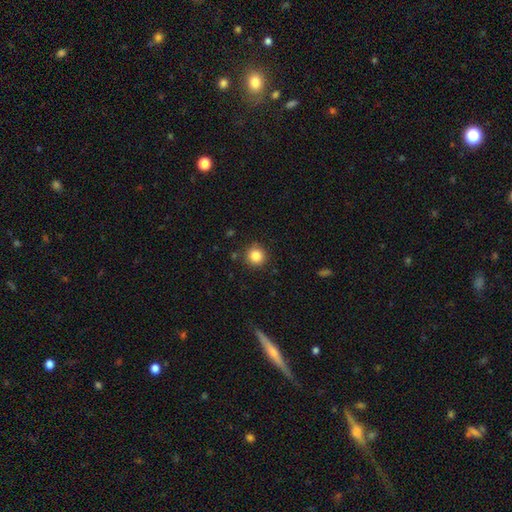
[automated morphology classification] A smooth galaxy with no disk features (85%) that is round (94%). Merging: none (89%).